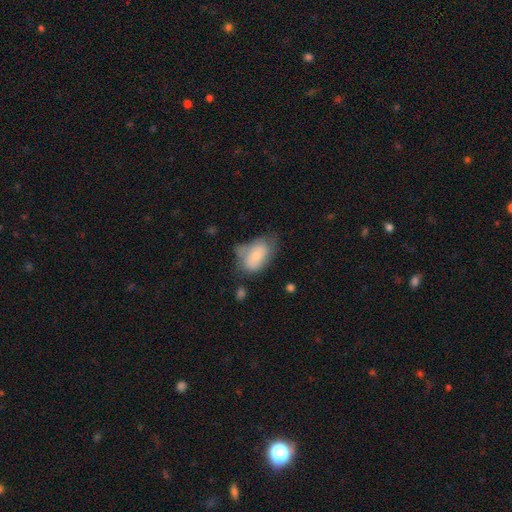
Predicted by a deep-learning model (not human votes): Overall: smooth (69%). How rounded: in between (89%). Merging: none (37%; minor disturbance 34%).